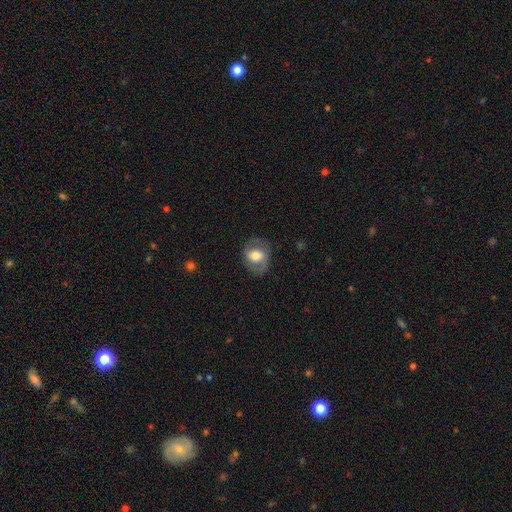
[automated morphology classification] This appears to be a featured or disk galaxy (46%, tied with smooth). Merging: none (76%).